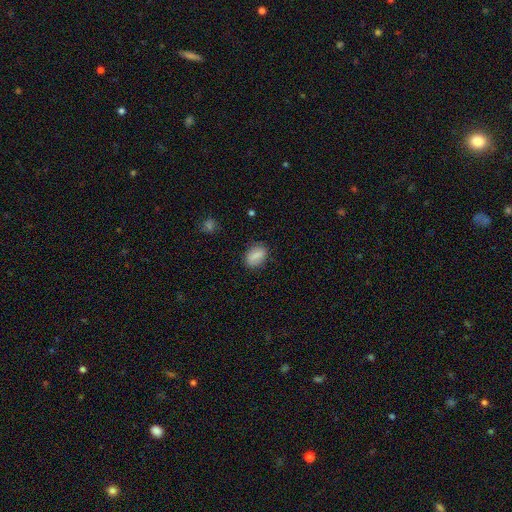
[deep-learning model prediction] This appears to be a smooth galaxy with no disk features (84%) that is in between round and cigar-shaped (82%). Merging: none (81%).